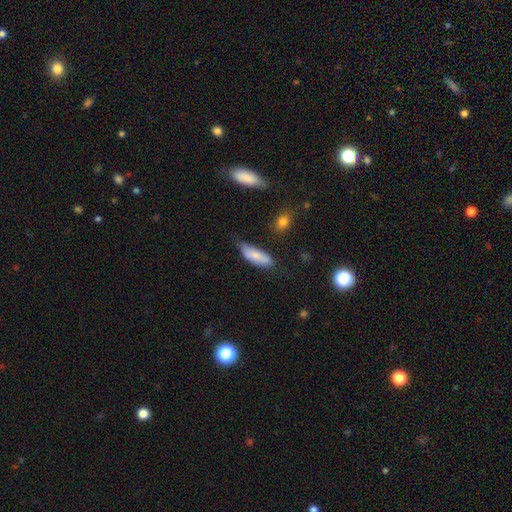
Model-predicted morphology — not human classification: This is likely a smooth galaxy (75%). How rounded: likely in between (73%). Merging: possibly none (50%).